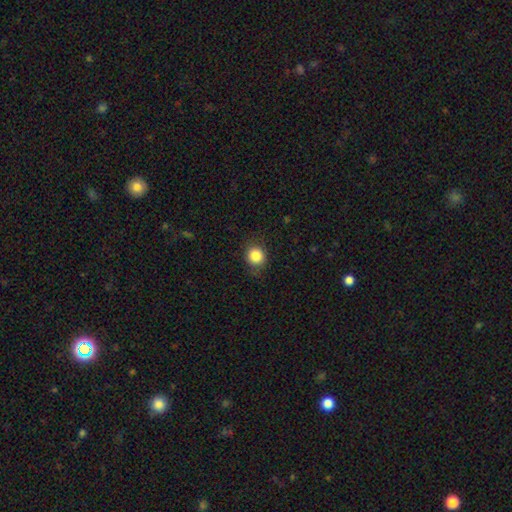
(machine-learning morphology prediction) Smooth or featured? smooth (85%)
How rounded? round (83%)
Merging? none (80%)